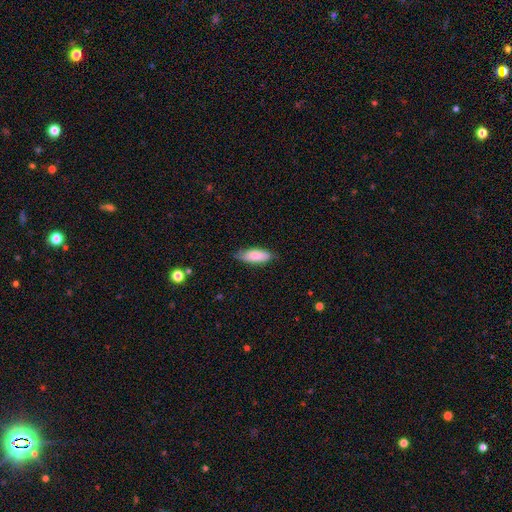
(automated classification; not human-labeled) The model was most divided on "how rounded": in between: 69%, cigar-shaped: 29%, round: 2%. More confident: smooth or featured — smooth (85%); merging — none (77%).